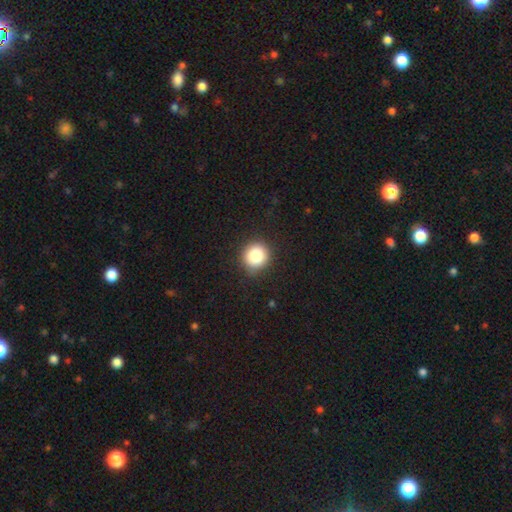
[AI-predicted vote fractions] Smooth or featured: smooth — 87% (star or artifact — 9%)
How rounded: round — 92% (in between — 7%)
Merging: none — 89% (minor disturbance — 8%)